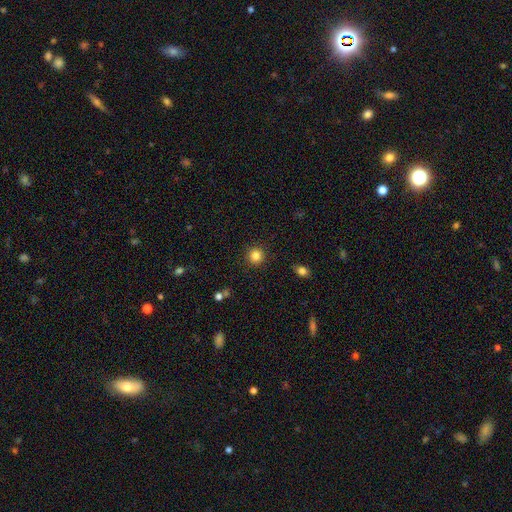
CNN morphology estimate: The model was most divided on "smooth or featured": smooth: 84%, star or artifact: 11%, featured or disk: 5%. More confident: how rounded — round (94%); merging — none (91%).